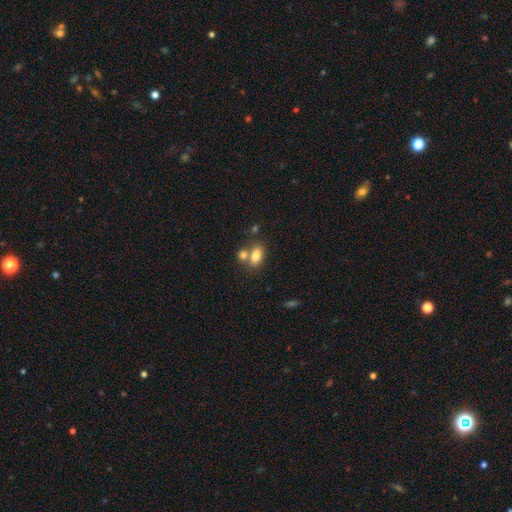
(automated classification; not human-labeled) smooth_or_featured: smooth (p=0.79) [alt: featured or disk p=0.12]
how_rounded: in between (p=0.86) [alt: round p=0.11]
merging: none (p=0.48) [alt: merger p=0.37]